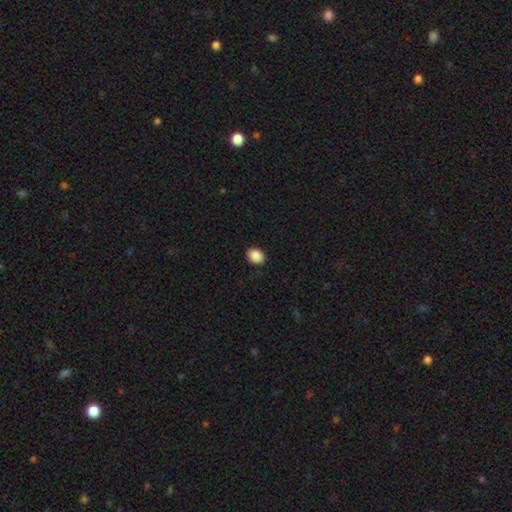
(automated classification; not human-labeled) Q: Smooth or featured?
A: smooth (89%); runner-up: star or artifact (8%)
Q: How rounded?
A: in between (59%); runner-up: round (40%)
Q: Merging?
A: none (90%); runner-up: minor disturbance (8%)